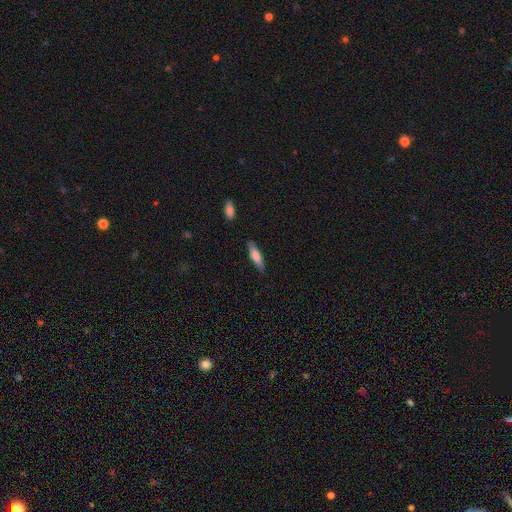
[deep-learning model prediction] A smooth galaxy with no disk features (67%) that is cigar-shaped (71%). Merging: none (84%).